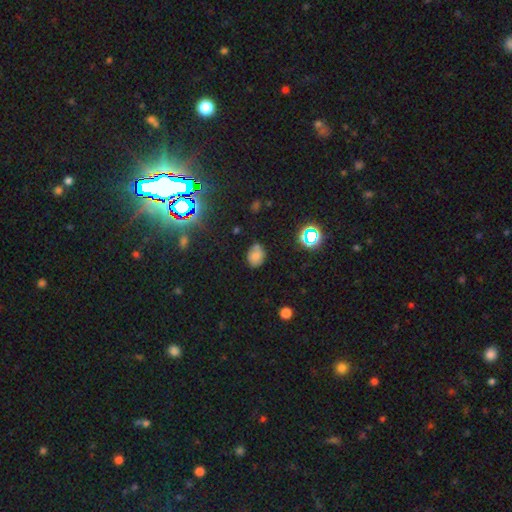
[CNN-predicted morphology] Overall: smooth (70%). How rounded: in between (60%; round 39%). Merging: none (65%; minor disturbance 25%).